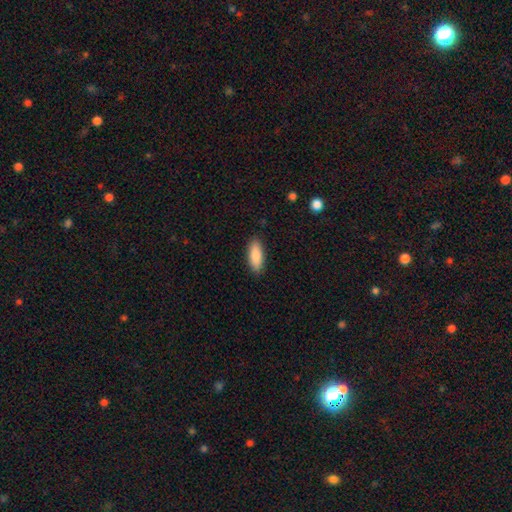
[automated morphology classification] type=smooth (87%); roundness=in between (73%); merging=none (88%).